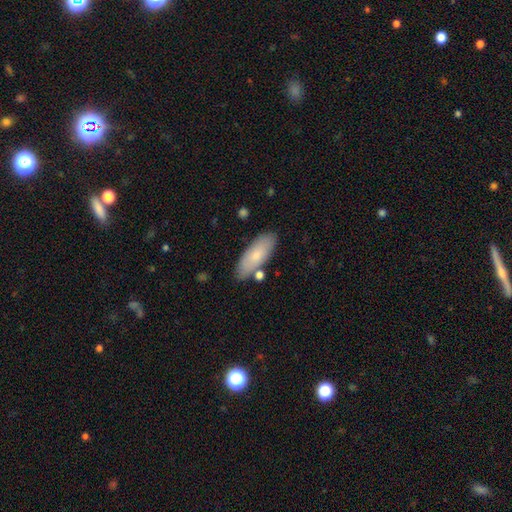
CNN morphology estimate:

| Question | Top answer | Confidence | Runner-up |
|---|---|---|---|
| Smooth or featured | smooth | 75% | featured or disk (19%) |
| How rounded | in between | 77% | cigar-shaped (21%) |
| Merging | none | 79% | minor disturbance (13%) |